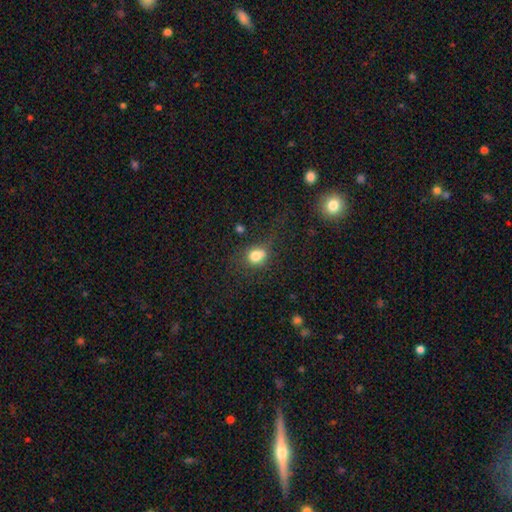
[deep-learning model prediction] Smooth or featured? Predicted: smooth (p=0.76). How rounded? Predicted: round (p=0.64). Merging? Predicted: none (p=0.46).